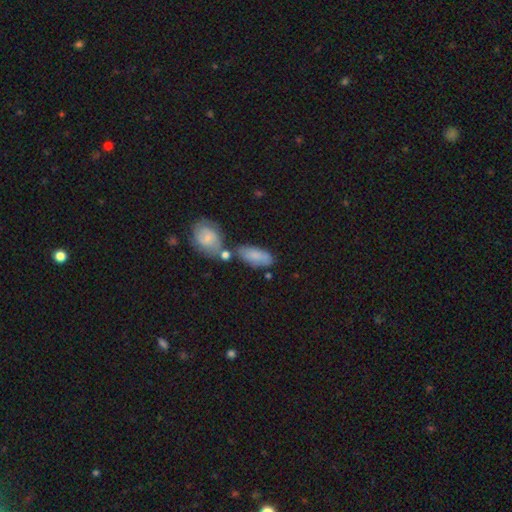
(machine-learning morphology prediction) Q: Smooth or featured?
A: smooth (72%); runner-up: featured or disk (21%)
Q: How rounded?
A: in between (83%); runner-up: cigar-shaped (14%)
Q: Merging?
A: none (51%); runner-up: merger (24%)